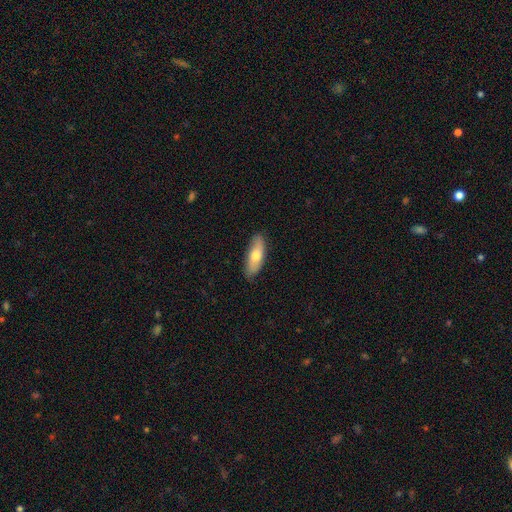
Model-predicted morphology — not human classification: Overall: smooth (68%). How rounded: in between (66%; cigar-shaped 31%). Merging: none (83%).